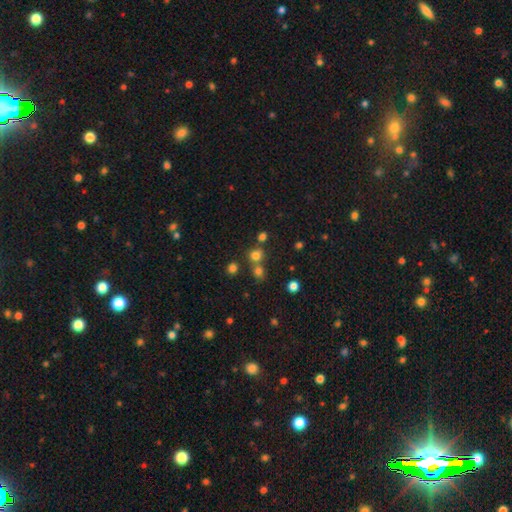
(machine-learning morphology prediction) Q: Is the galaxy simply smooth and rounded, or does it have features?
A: smooth — 69%.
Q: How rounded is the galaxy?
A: round — 85%.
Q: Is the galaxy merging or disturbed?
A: none — 60%.